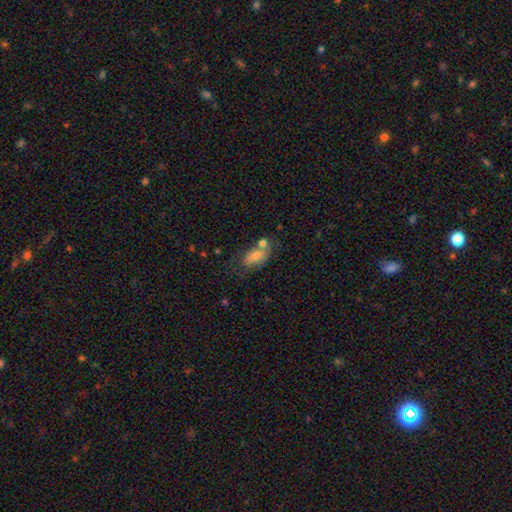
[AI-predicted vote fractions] Morphology: type=smooth (70%); roundness=in between (87%); merging=none (49%).